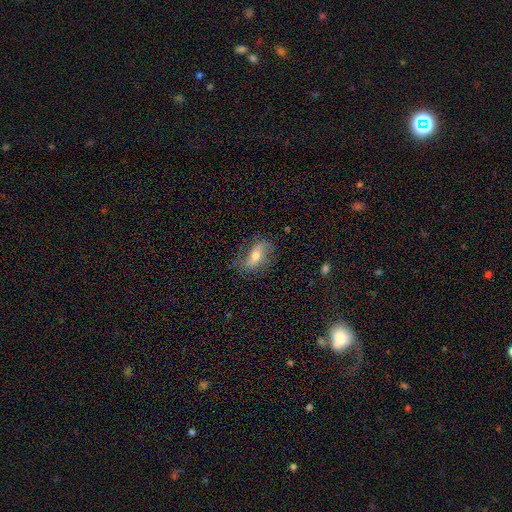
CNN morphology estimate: Q: Smooth or featured?
A: featured or disk (54%); runner-up: smooth (37%)
Q: Edge-on disk?
A: no (86%); runner-up: yes (14%)
Q: Merging?
A: none (73%); runner-up: minor disturbance (19%)